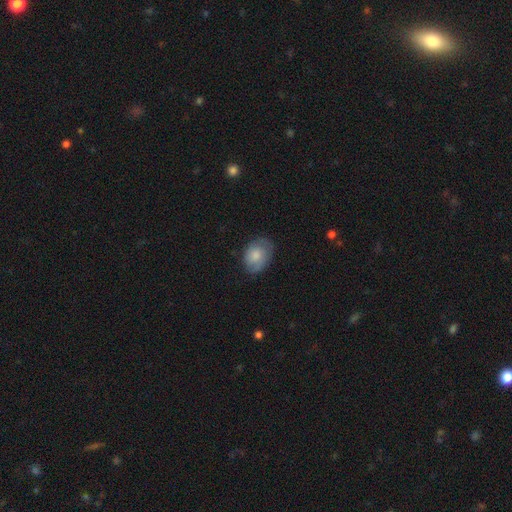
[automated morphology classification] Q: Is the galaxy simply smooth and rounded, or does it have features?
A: smooth — 74%.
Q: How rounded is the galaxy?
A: in between — 75%.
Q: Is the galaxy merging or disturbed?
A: none — 70%.